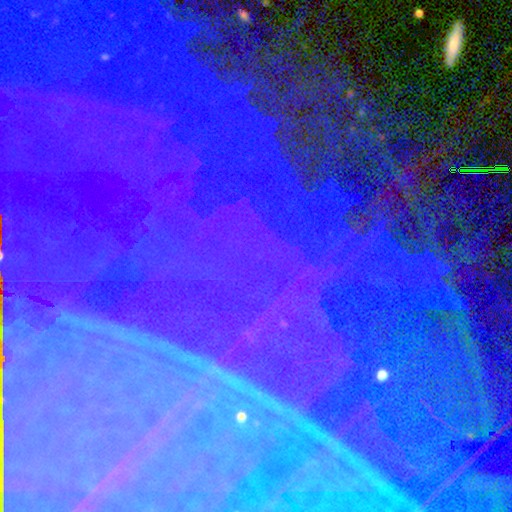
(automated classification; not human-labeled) smooth_or_featured: star or artifact (p=0.81) [alt: featured or disk p=0.11]